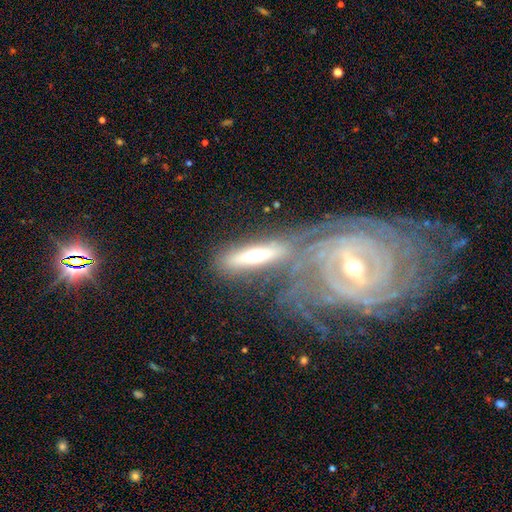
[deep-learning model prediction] This is possibly a featured or disk galaxy (52%). It is likely viewed edge-on (65%). Merging: likely none (66%).